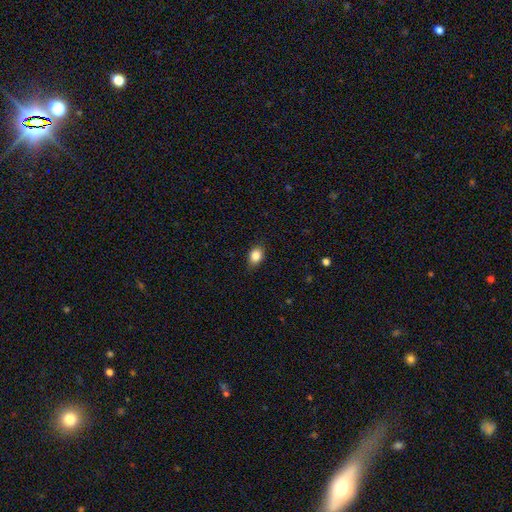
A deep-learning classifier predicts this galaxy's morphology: Smooth or featured: smooth — 86% (star or artifact — 9%)
How rounded: in between — 71% (round — 28%)
Merging: none — 83% (minor disturbance — 13%)